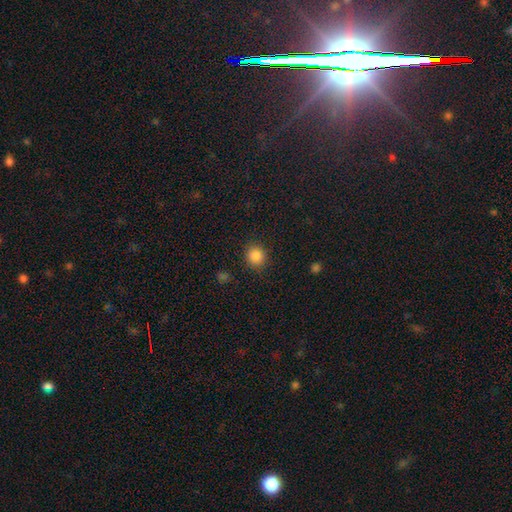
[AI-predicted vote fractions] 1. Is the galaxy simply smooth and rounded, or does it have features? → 86% smooth, 11% star or artifact, 3% featured or disk.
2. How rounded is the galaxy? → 88% round, 11% in between, 1% cigar-shaped.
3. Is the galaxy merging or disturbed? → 88% none, 8% minor disturbance, 3% major disturbance, 1% merger.